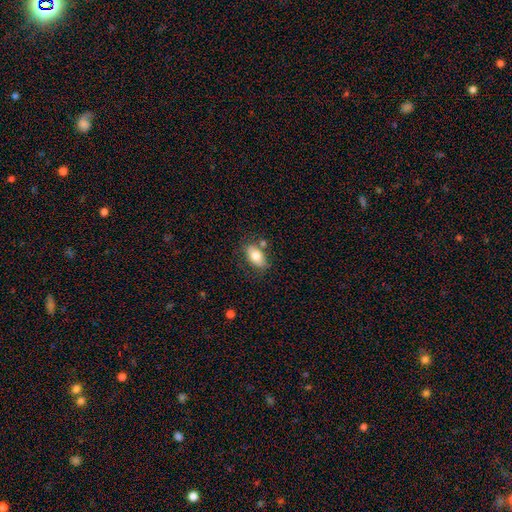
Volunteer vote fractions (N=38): Morphology: type=smooth (76%); roundness=in between (93%); merging=none (54%).